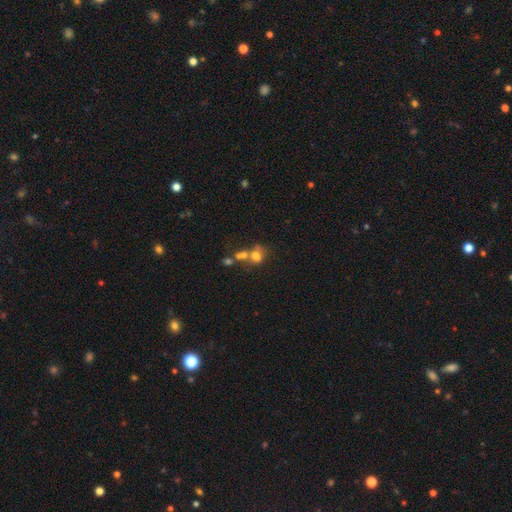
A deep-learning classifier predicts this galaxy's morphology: Smooth or featured: smooth — 62% (featured or disk — 22%)
How rounded: round — 53% (in between — 45%)
Merging: merger — 53% (none — 27%)